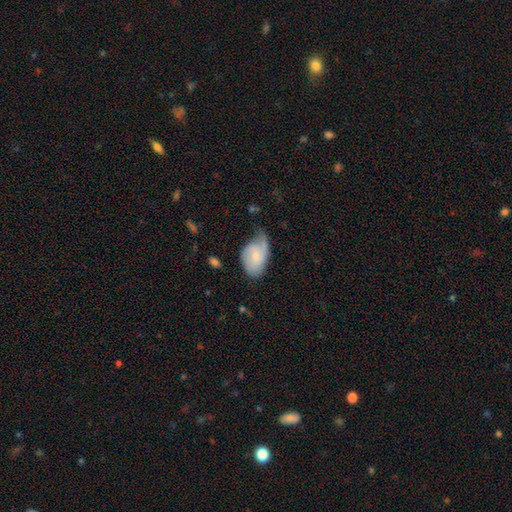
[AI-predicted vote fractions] smooth-or-featured: featured or disk: 49% | smooth: 44% | star or artifact: 7%
  merging: minor disturbance: 40% | none: 32% | major disturbance: 25% | merger: 2%